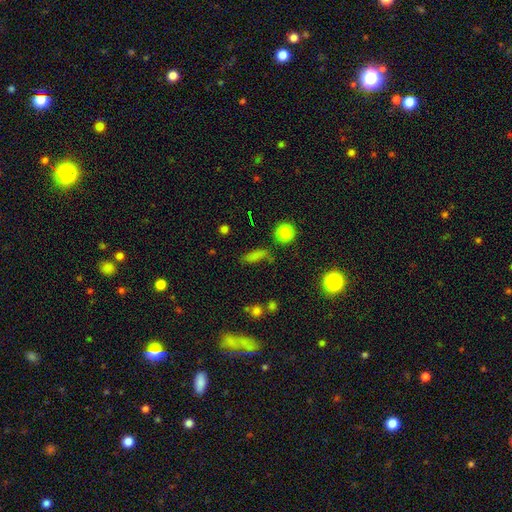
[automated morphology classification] Smooth or featured: smooth — 68% (star or artifact — 22%)
How rounded: in between — 52% (cigar-shaped — 39%)
Merging: none — 63% (minor disturbance — 21%)